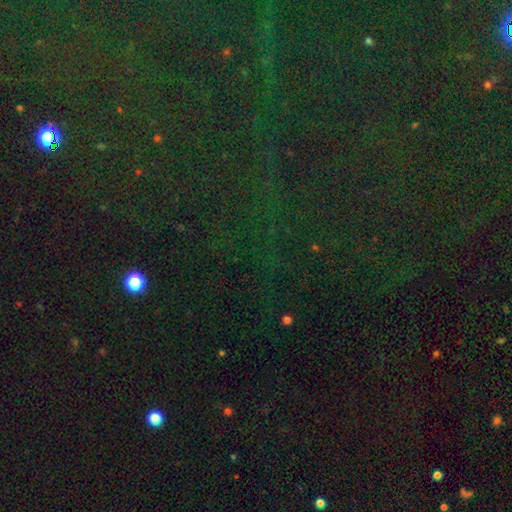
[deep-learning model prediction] Overall: star or artifact (82%).